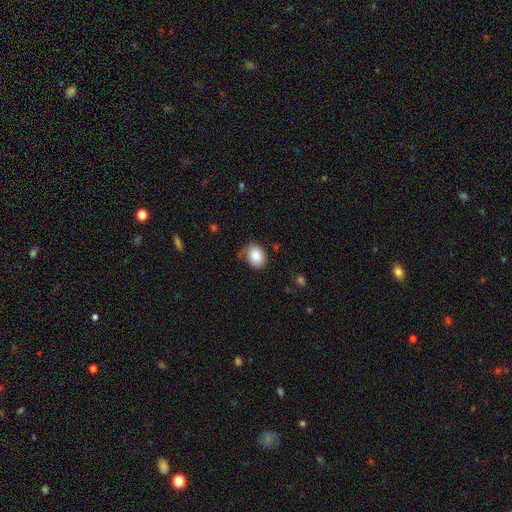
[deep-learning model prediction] Smooth or featured? smooth (84%)
How rounded? in between (58%)
Merging? none (68%)